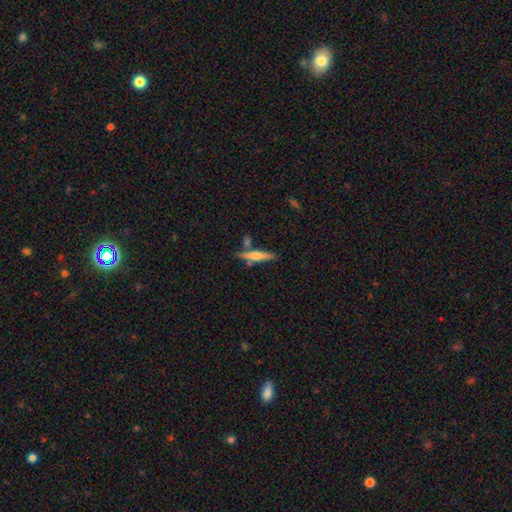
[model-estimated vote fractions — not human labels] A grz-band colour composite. It shows a smooth galaxy with no disk features (50%) that is cigar-shaped (88%). Merging: none (72%).